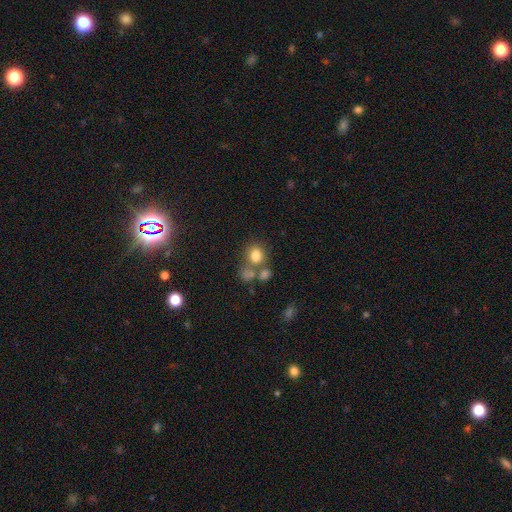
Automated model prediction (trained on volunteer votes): smooth-or-featured: smooth: 77% | star or artifact: 13% | featured or disk: 10%
  how-rounded: round: 68% | in between: 31% | cigar-shaped: 1%
  merging: none: 55% | merger: 27% | minor disturbance: 12% | major disturbance: 6%